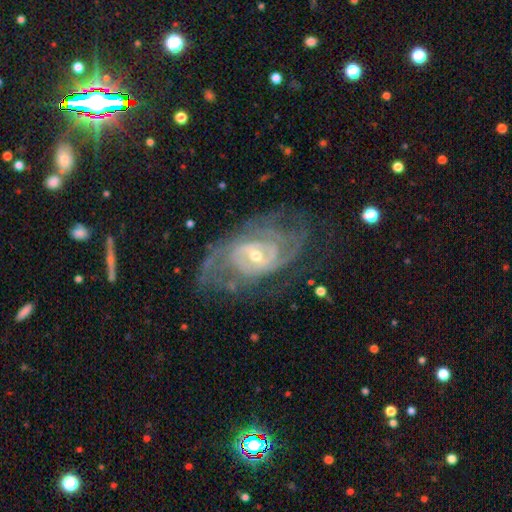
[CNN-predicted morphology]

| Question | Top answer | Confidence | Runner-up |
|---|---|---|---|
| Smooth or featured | featured or disk | 88% | smooth (6%) |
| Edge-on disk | no | 96% | yes (4%) |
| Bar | weak | 44% | no (39%) |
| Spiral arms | yes | 93% | no (7%) |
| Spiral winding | tight | 56% | medium (34%) |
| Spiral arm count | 2 | 35% | can't tell (32%) |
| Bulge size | small | 53% | moderate (43%) |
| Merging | none | 62% | minor disturbance (20%) |